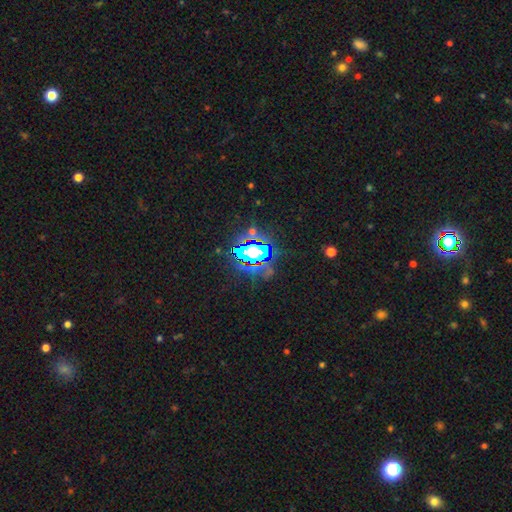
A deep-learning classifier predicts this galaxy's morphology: A star or artifact, not a galaxy (77%).